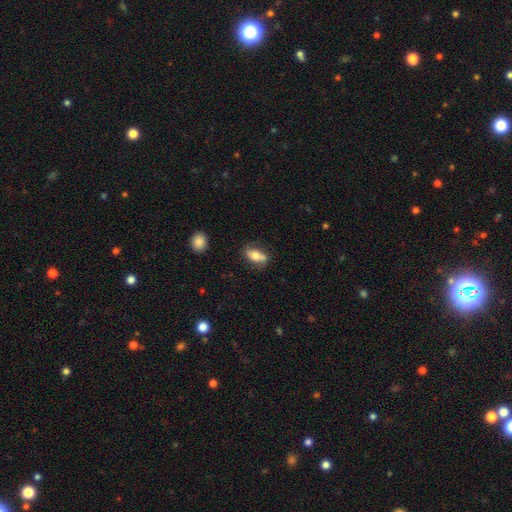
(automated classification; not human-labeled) Smooth or featured?
  - smooth: 71% *
  - featured or disk: 21%
  - star or artifact: 8%
How rounded?
  - in between: 85% *
  - cigar-shaped: 8%
  - round: 7%
Merging?
  - none: 62% *
  - minor disturbance: 20%
  - merger: 13%
  - major disturbance: 5%